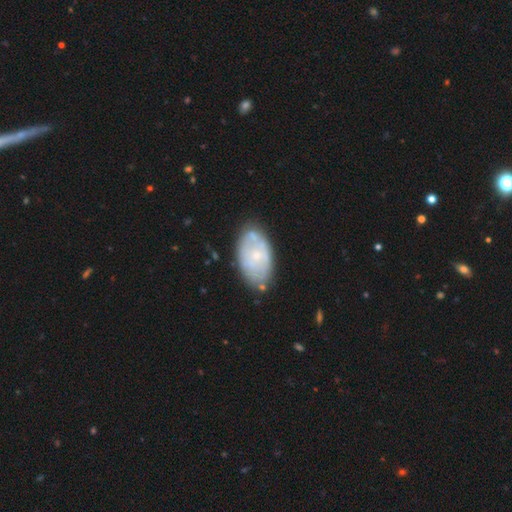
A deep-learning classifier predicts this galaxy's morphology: This is possibly a featured or disk galaxy (53%). It is clearly not viewed edge-on (94%). Merging: likely none (66%).